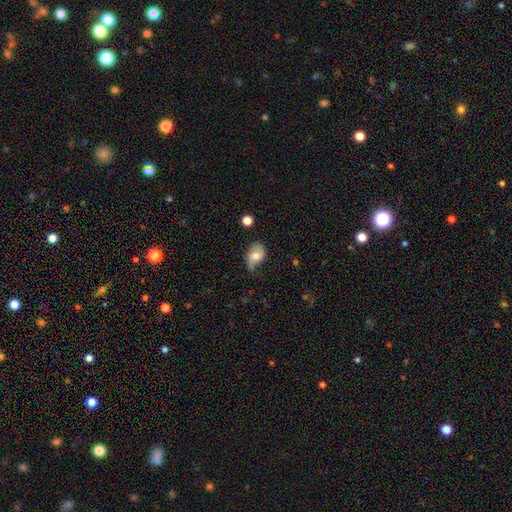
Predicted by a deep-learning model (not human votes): Smooth or featured: smooth — 55% (featured or disk — 37%)
How rounded: in between — 79% (round — 19%)
Merging: minor disturbance — 41% (tied with none — 41%)